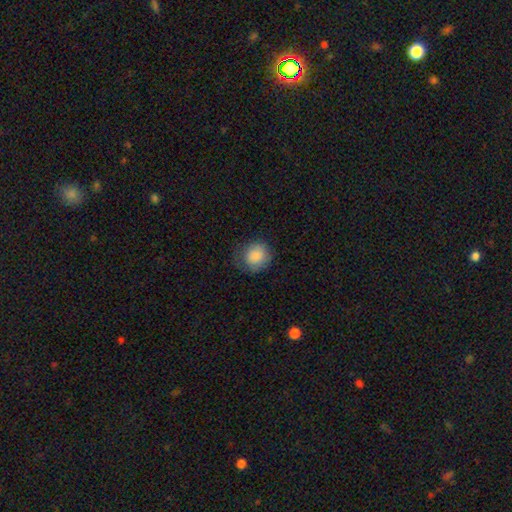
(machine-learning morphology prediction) type=smooth (86%); roundness=round (82%); merging=none (66%).